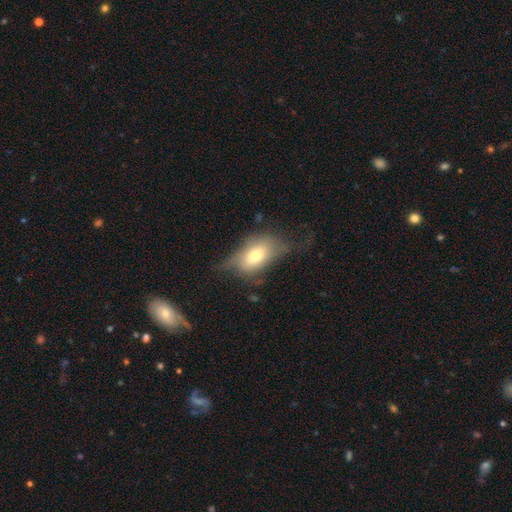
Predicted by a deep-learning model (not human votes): Smooth or featured? smooth (63%)
How rounded? in between (87%)
Merging? none (40%)